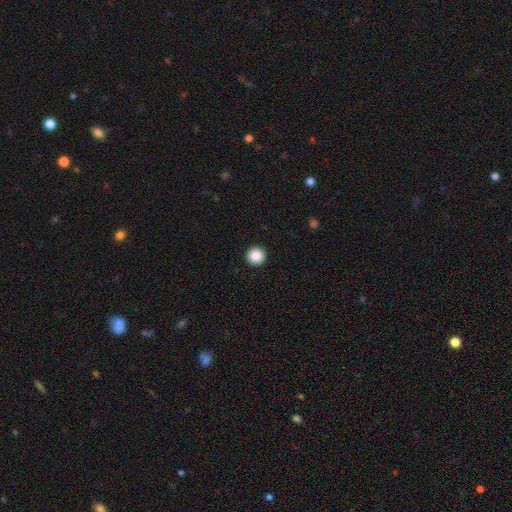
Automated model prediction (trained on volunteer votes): A smooth galaxy with no disk features (87%) that is round (96%).

Vote fractions:
- Smooth or featured? smooth: 87% / star or artifact: 9% / featured or disk: 4%
- How rounded? round: 96% / in between: 3% / cigar-shaped: 1%
- Merging? none: 94% / minor disturbance: 4% / major disturbance: 1% / merger: 1%